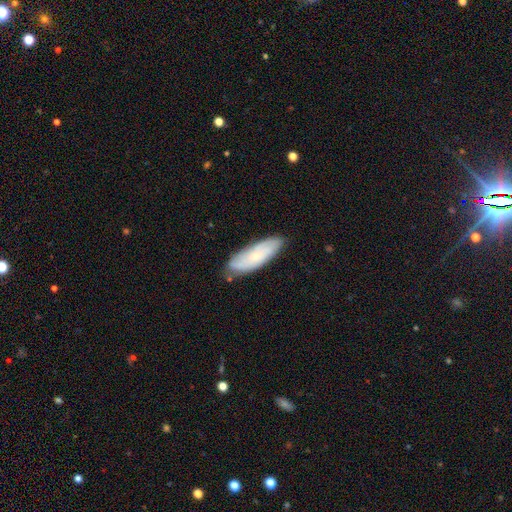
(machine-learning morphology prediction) smooth 52%, featured or disk 41%, star or artifact 7%. Down the decision tree: how rounded — in between (59%); merging — none (76%).